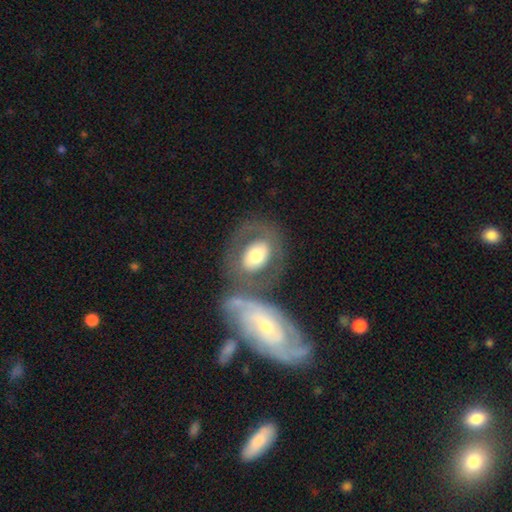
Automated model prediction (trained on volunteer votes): Smooth or featured?
  - smooth: 49% *
  - featured or disk: 45%
  - star or artifact: 6%
Merging?
  - none: 52% *
  - merger: 24%
  - minor disturbance: 14%
  - major disturbance: 10%